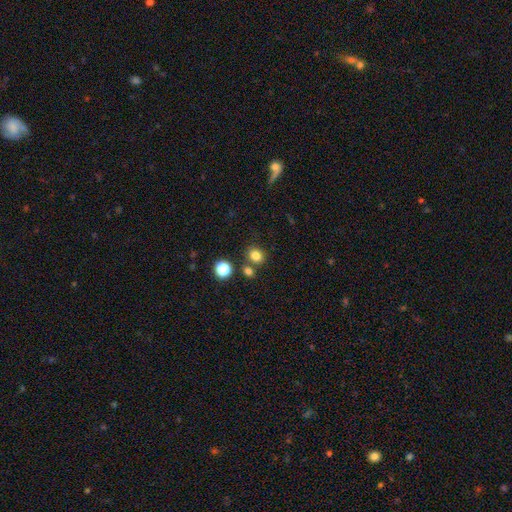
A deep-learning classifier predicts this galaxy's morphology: smooth-or-featured: smooth: 81% | star or artifact: 14% | featured or disk: 5%
  how-rounded: round: 66% | in between: 33% | cigar-shaped: 1%
  merging: none: 72% | merger: 15% | minor disturbance: 9% | major disturbance: 3%